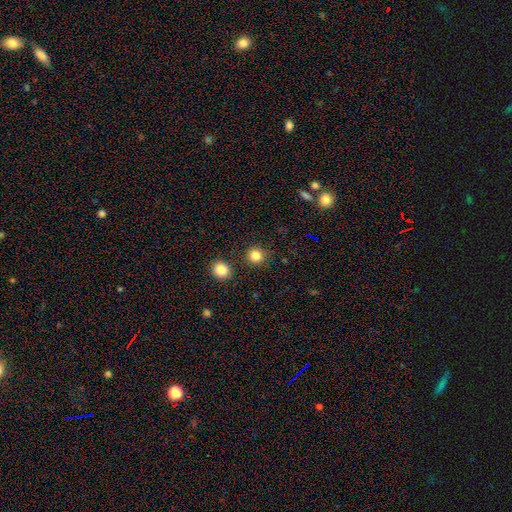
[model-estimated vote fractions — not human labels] A smooth galaxy with no disk features (84%) that is round (91%).

Vote fractions:
- Smooth or featured? smooth: 84% / star or artifact: 12% / featured or disk: 4%
- How rounded? round: 91% / in between: 8% / cigar-shaped: 1%
- Merging? none: 87% / minor disturbance: 7% / merger: 4% / major disturbance: 2%